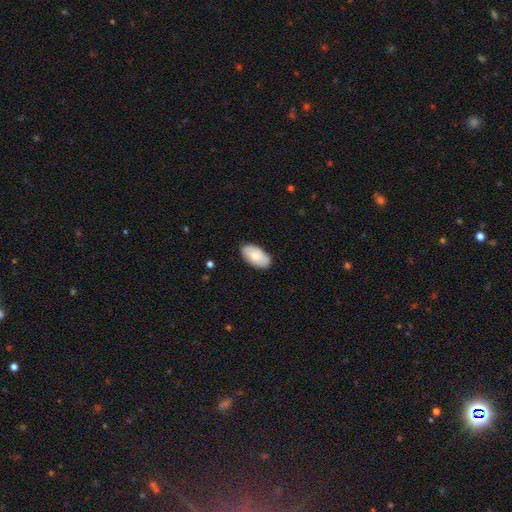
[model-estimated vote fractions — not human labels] smooth-or-featured: smooth: 73% | featured or disk: 21% | star or artifact: 6%
  how-rounded: in between: 95% | round: 3% | cigar-shaped: 2%
  merging: none: 84% | minor disturbance: 13% | major disturbance: 2% | merger: 1%